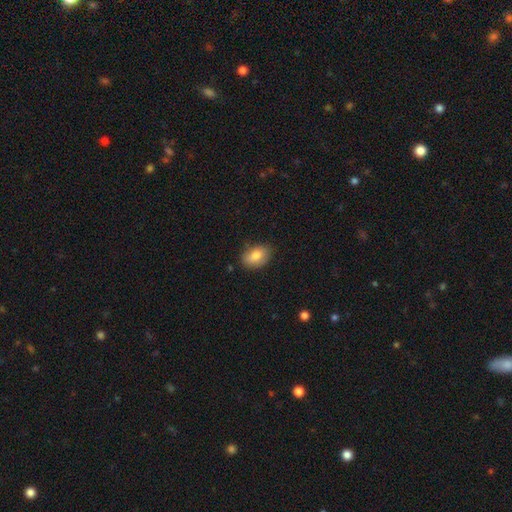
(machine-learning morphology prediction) A smooth galaxy with no disk features (83%) that is in between round and cigar-shaped (84%). Merging: none (79%).